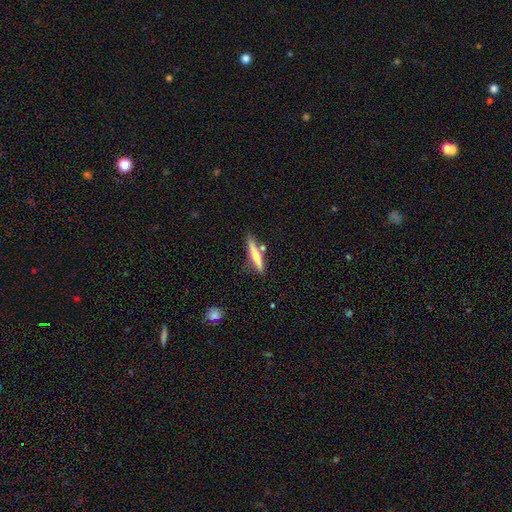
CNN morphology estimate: The model was most divided on "smooth or featured": smooth: 61%, featured or disk: 33%, star or artifact: 6%. More confident: how rounded — cigar-shaped (90%); merging — none (71%).